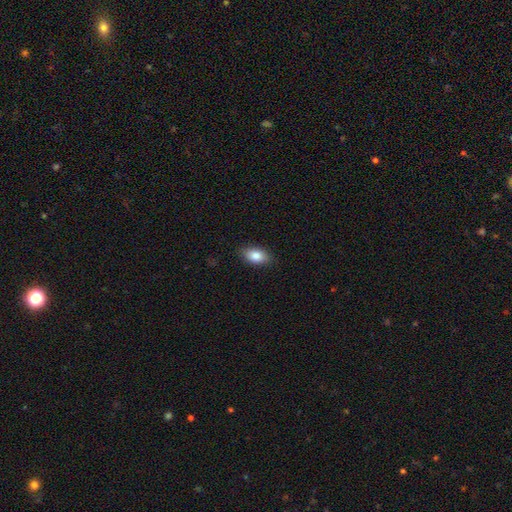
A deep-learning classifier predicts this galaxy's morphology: Smooth or featured: smooth — 85% (featured or disk — 8%)
How rounded: in between — 90% (round — 7%)
Merging: none — 87% (minor disturbance — 10%)